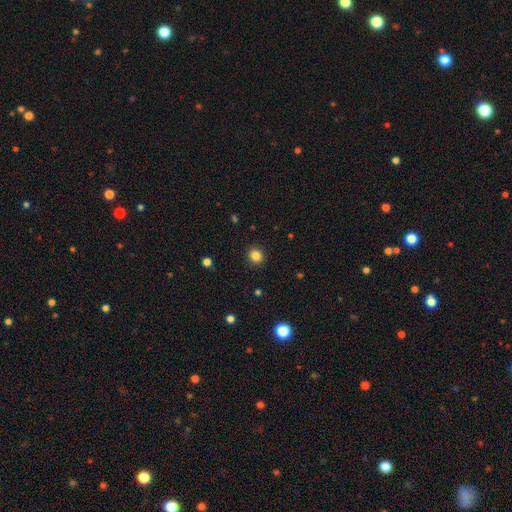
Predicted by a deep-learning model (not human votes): Smooth or featured?
  - smooth: 84% *
  - star or artifact: 12%
  - featured or disk: 4%
How rounded?
  - round: 85% *
  - in between: 14%
  - cigar-shaped: 1%
Merging?
  - none: 91% *
  - minor disturbance: 6%
  - major disturbance: 2%
  - merger: 1%